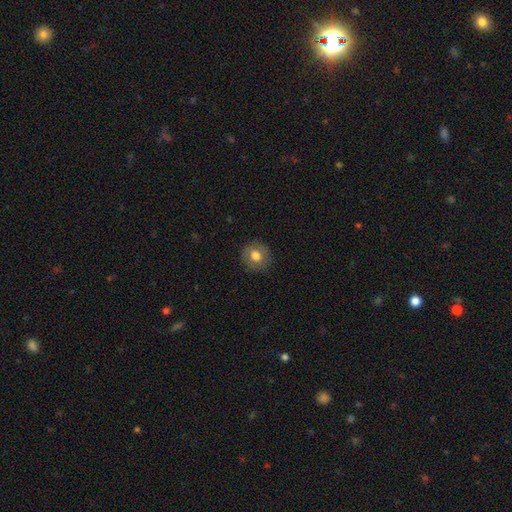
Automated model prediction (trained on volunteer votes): This is likely a smooth galaxy (73%). How rounded: clearly round (87%). Merging: clearly none (87%).